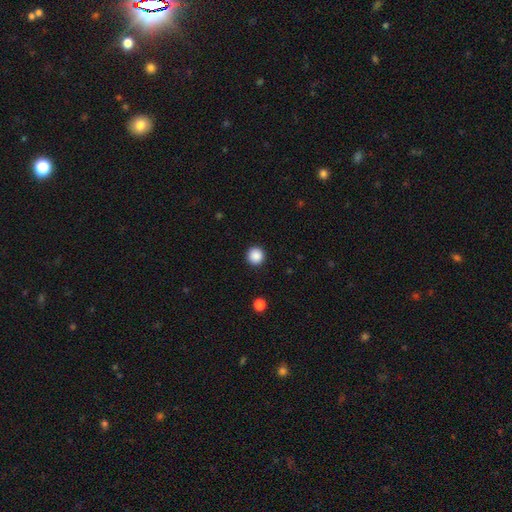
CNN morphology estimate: Smooth or featured?
  - smooth: 88% *
  - star or artifact: 10%
  - featured or disk: 2%
How rounded?
  - round: 96% *
  - in between: 3%
  - cigar-shaped: 1%
Merging?
  - none: 93% *
  - minor disturbance: 4%
  - major disturbance: 2%
  - merger: 1%